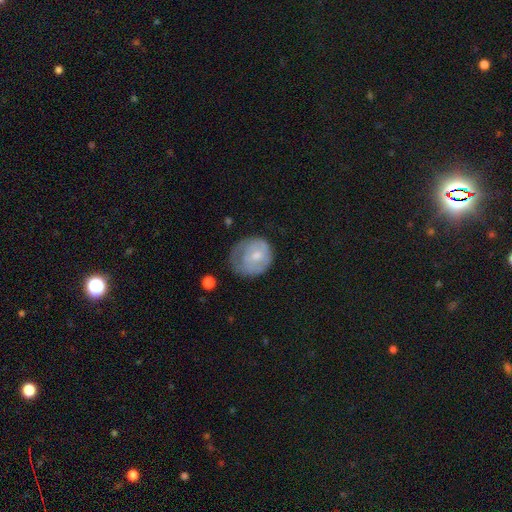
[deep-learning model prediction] Q: Smooth or featured?
A: smooth (54%); runner-up: featured or disk (40%)
Q: How rounded?
A: round (71%); runner-up: in between (28%)
Q: Merging?
A: none (45%); runner-up: minor disturbance (33%)